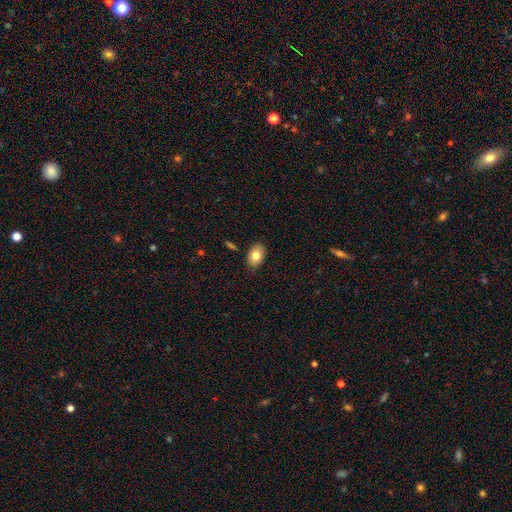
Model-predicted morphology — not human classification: Smooth or featured? smooth (80%)
How rounded? in between (86%)
Merging? none (85%)